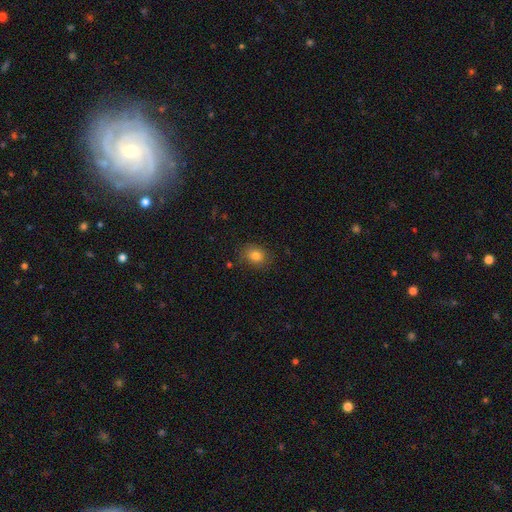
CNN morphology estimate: This appears to be a smooth galaxy with no disk features (81%) that is round (54%). Merging: none (83%).